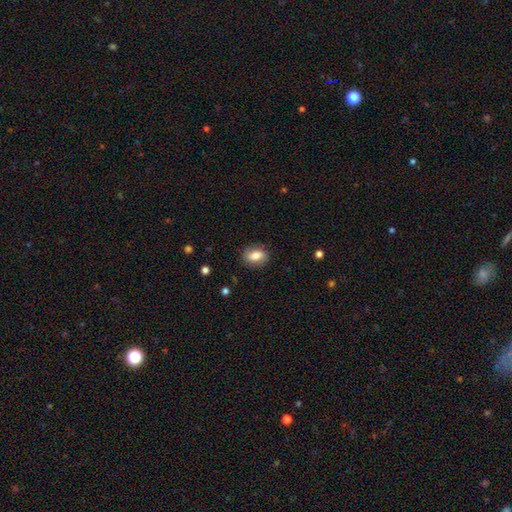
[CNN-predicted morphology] Smooth or featured? Predicted: smooth (p=0.74). How rounded? Predicted: in between (p=0.76). Merging? Predicted: none (p=0.83).